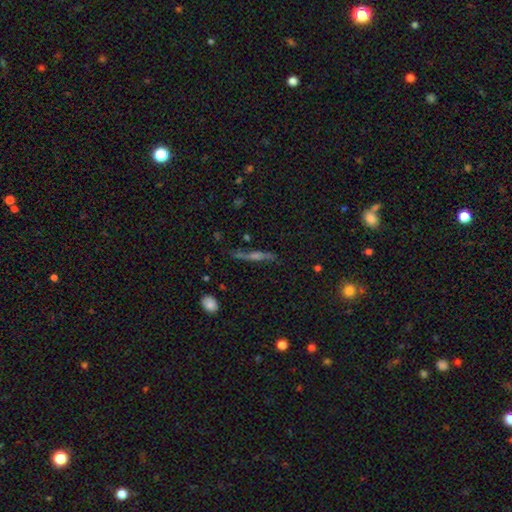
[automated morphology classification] A featured or disk galaxy (63%) viewed edge-on (86%) with a rounded central bulge (66%).

Vote fractions:
- Smooth or featured? featured or disk: 63% / smooth: 22% / star or artifact: 15%
- Edge-on disk? yes: 86% / no: 14%
- Edge-on bulge? rounded: 66% / none: 21% / boxy: 12%
- Merging? none: 78% / minor disturbance: 14% / major disturbance: 5% / merger: 3%